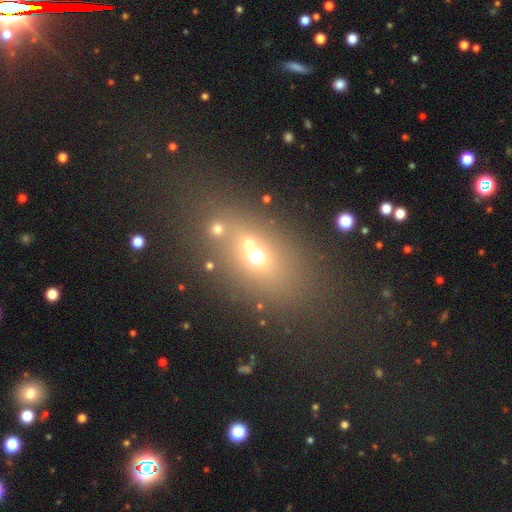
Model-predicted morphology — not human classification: Smooth or featured?
  - smooth: 56% *
  - star or artifact: 25%
  - featured or disk: 20%
How rounded?
  - in between: 54% *
  - round: 43%
  - cigar-shaped: 3%
Merging?
  - none: 45% *
  - merger: 39%
  - minor disturbance: 9%
  - major disturbance: 7%